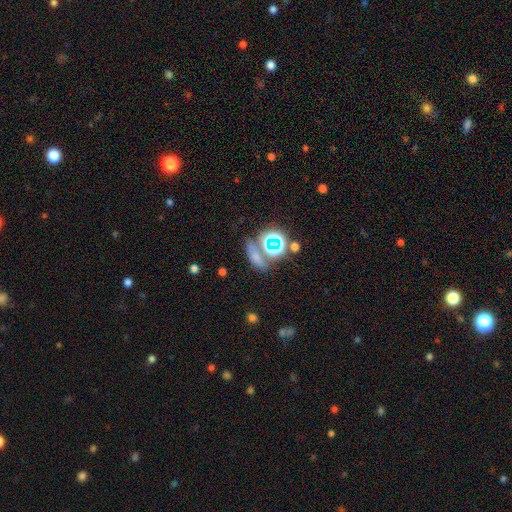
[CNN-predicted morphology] Smooth or featured? smooth (56%)
How rounded? in between (49%)
Merging? none (58%)